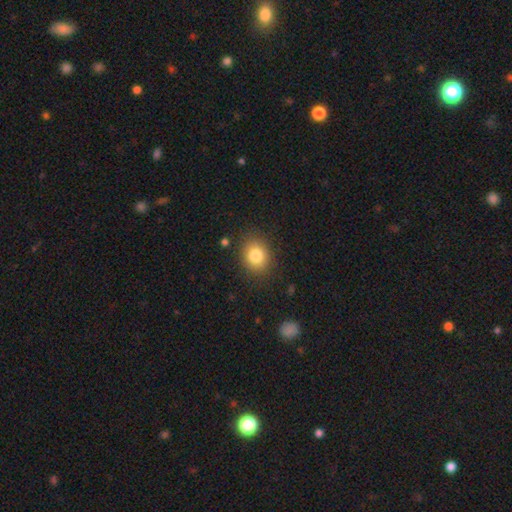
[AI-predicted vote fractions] A smooth galaxy with no disk features (81%) that is round (63%).

Vote fractions:
- Smooth or featured? smooth: 81% / star or artifact: 11% / featured or disk: 8%
- How rounded? round: 63% / in between: 36% / cigar-shaped: 1%
- Merging? none: 86% / minor disturbance: 9% / major disturbance: 3% / merger: 2%